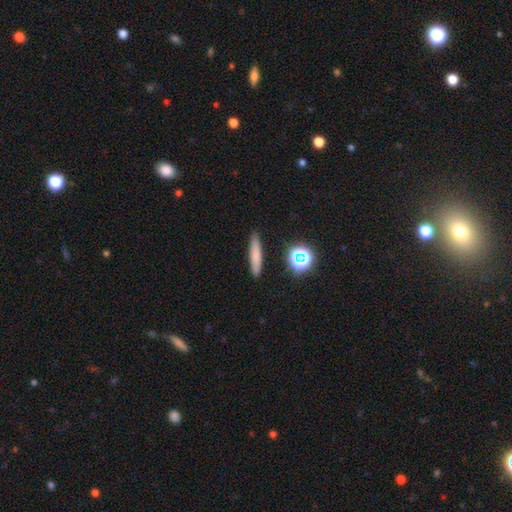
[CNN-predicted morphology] Smooth or featured? smooth (73%)
How rounded? cigar-shaped (88%)
Merging? none (89%)